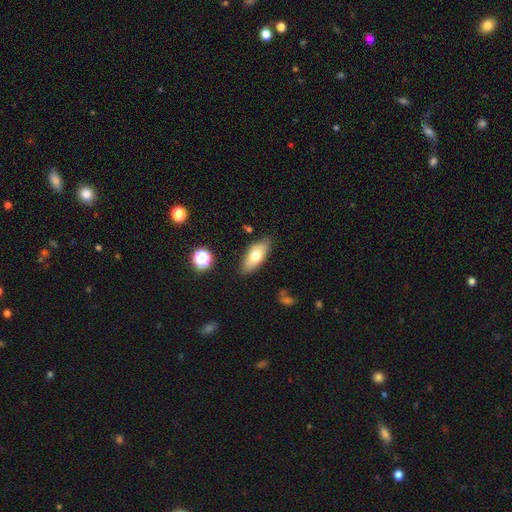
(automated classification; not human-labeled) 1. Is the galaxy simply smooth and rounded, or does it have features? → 69% smooth, 24% featured or disk, 7% star or artifact.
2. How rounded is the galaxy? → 81% in between, 15% cigar-shaped, 4% round.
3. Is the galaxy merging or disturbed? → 82% none, 13% minor disturbance, 3% major disturbance, 2% merger.